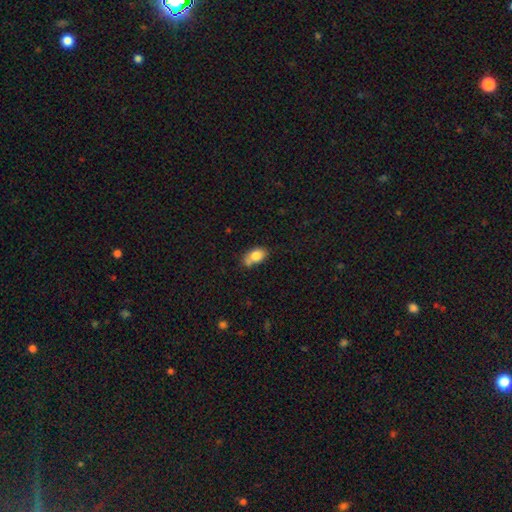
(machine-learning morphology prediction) Smooth or featured: smooth — 80% (featured or disk — 12%)
How rounded: in between — 81% (round — 17%)
Merging: none — 47% (minor disturbance — 26%)